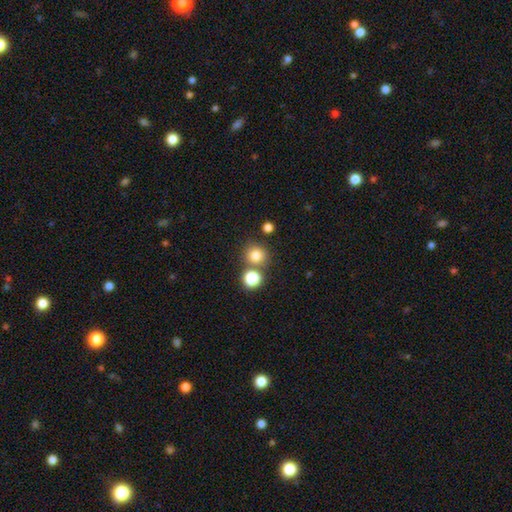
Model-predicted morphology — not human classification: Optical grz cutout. It shows a smooth galaxy with no disk features (79%) that is round (90%). Merging: none (70%).